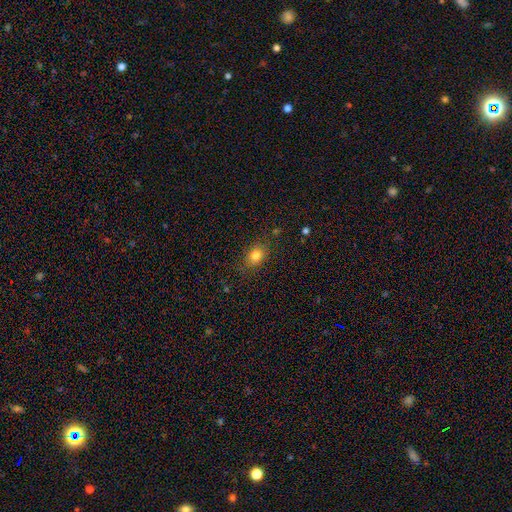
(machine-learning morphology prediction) smooth-or-featured: smooth: 80% | star or artifact: 12% | featured or disk: 8%
  how-rounded: in between: 63% | round: 35% | cigar-shaped: 2%
  merging: none: 81% | minor disturbance: 13% | major disturbance: 4% | merger: 1%